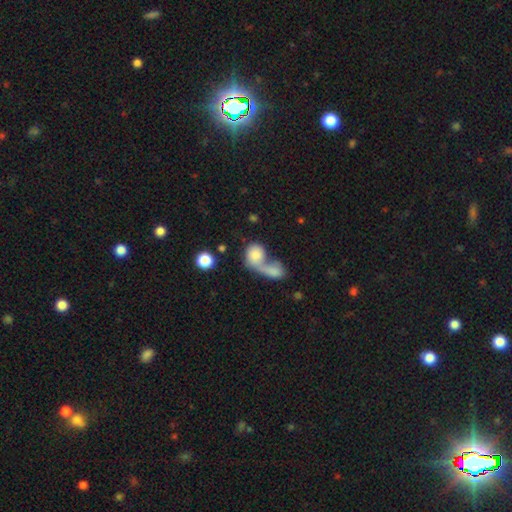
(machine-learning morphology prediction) smooth-or-featured: smooth: 75% | featured or disk: 18% | star or artifact: 8%
  how-rounded: round: 56% | in between: 41% | cigar-shaped: 3%
  merging: merger: 64% | none: 18% | major disturbance: 12% | minor disturbance: 7%